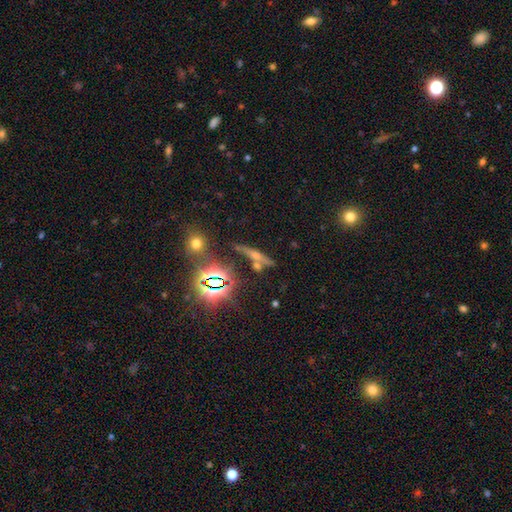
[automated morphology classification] The model was most divided on "smooth or featured": featured or disk: 43%, star or artifact: 31%, smooth: 26%. More confident: merging — none (75%).